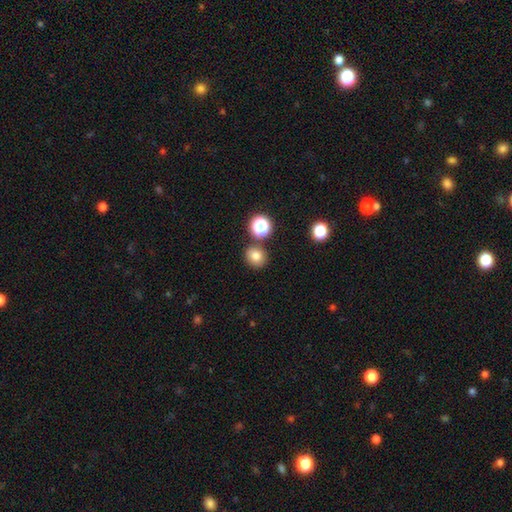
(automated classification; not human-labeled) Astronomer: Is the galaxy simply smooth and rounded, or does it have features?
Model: smooth — 78%.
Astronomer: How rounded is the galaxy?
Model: round — 80%.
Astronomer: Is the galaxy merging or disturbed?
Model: none — 80%.